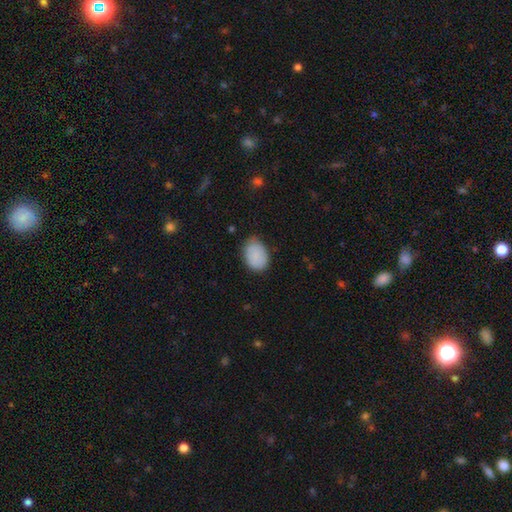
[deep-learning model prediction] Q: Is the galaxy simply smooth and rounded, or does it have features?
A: smooth — 87%.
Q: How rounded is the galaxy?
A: in between — 81%.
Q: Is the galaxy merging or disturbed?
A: none — 69%.